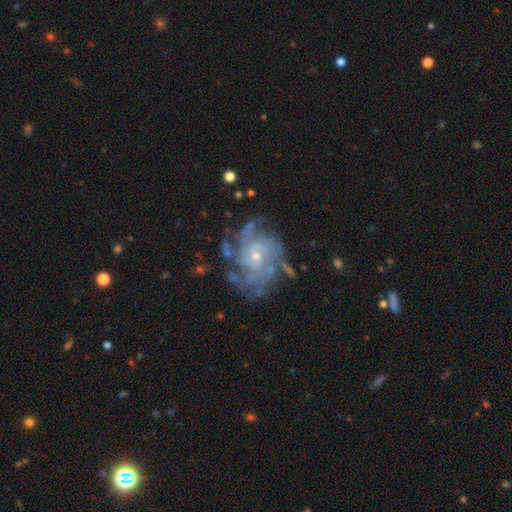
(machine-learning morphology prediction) featured or disk 87%, star or artifact 7%, smooth 5%. Down the decision tree: edge-on disk — no (98%); bar — no (66%); spiral arms — yes (96%); spiral arm count — 4 (26%, tied with can't tell); spiral winding — tight (56%); bulge size — small (69%); merging — none (70%).